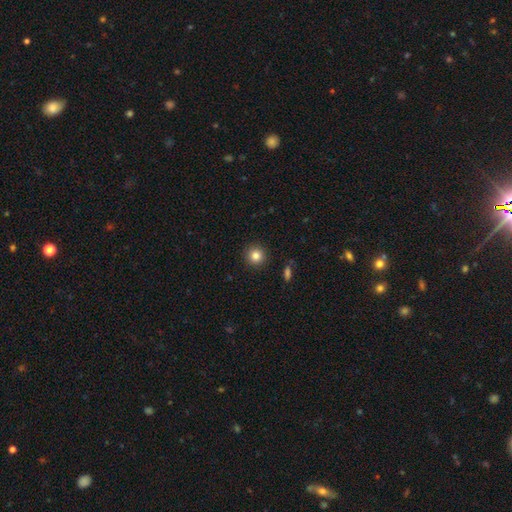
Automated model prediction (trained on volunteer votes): Smooth or featured? Predicted: smooth (p=0.84). How rounded? Predicted: round (p=0.94). Merging? Predicted: none (p=0.91).